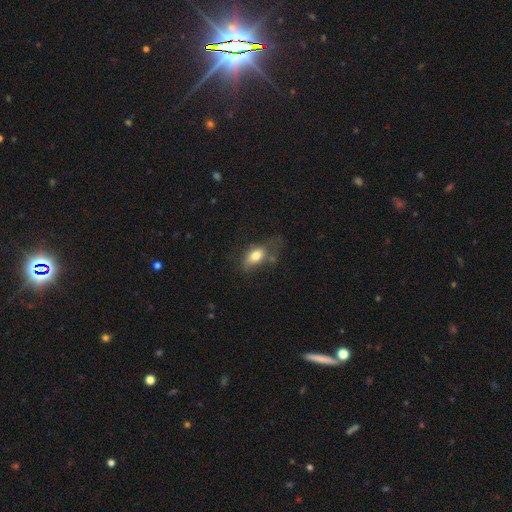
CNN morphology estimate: This appears to be a smooth galaxy with no disk features (74%) that is in between round and cigar-shaped (87%). Merging: none (42%).